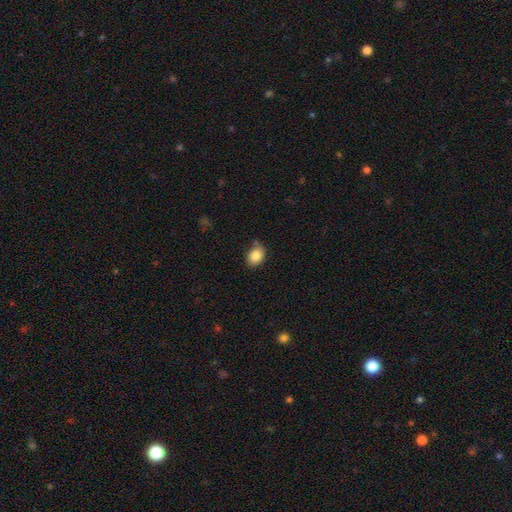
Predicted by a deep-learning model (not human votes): Overall: smooth (85%). How rounded: in between (65%; round 34%). Merging: none (75%).